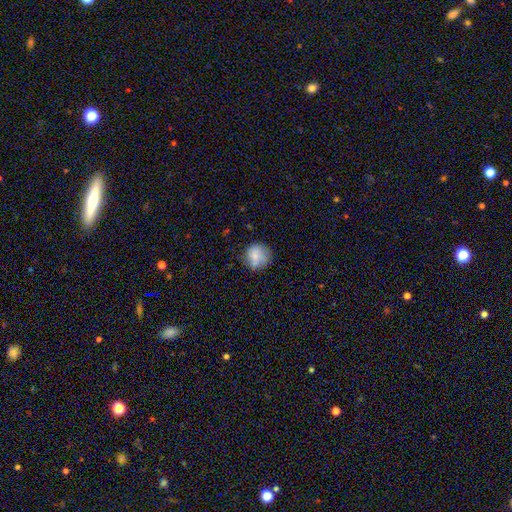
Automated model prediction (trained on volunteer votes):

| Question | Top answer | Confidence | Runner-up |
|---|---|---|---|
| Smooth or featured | smooth | 76% | featured or disk (16%) |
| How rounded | round | 86% | in between (13%) |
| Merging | none | 68% | minor disturbance (22%) |